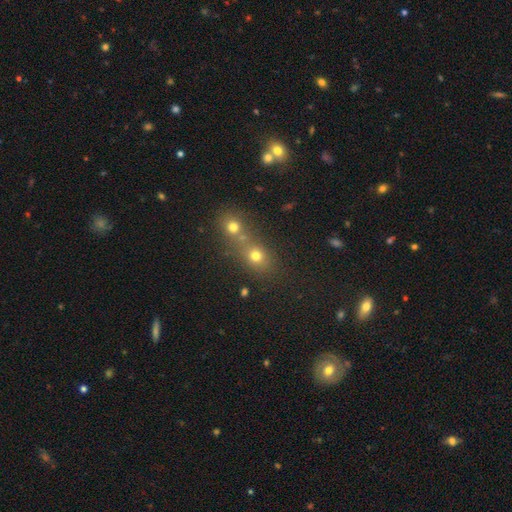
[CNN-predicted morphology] The model was most divided on "merging" (2-way tie): none: 44%, merger: 44%, minor disturbance: 8%, major disturbance: 4%. More confident: smooth or featured — smooth (69%); how rounded — round (68%).